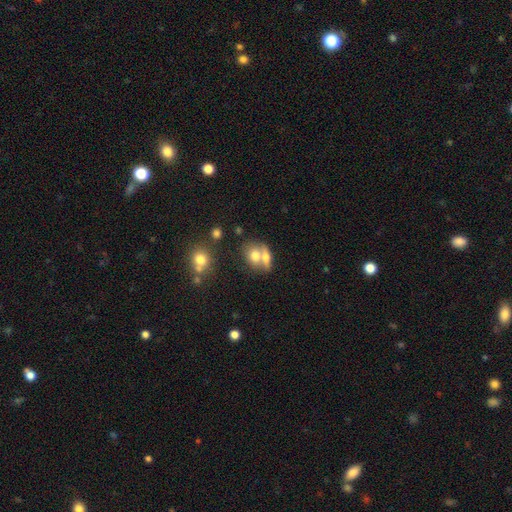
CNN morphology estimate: Smooth or featured?
  - smooth: 67% *
  - featured or disk: 23%
  - star or artifact: 10%
How rounded?
  - in between: 51% *
  - round: 45%
  - cigar-shaped: 3%
Merging?
  - merger: 57% *
  - none: 30%
  - minor disturbance: 9%
  - major disturbance: 5%